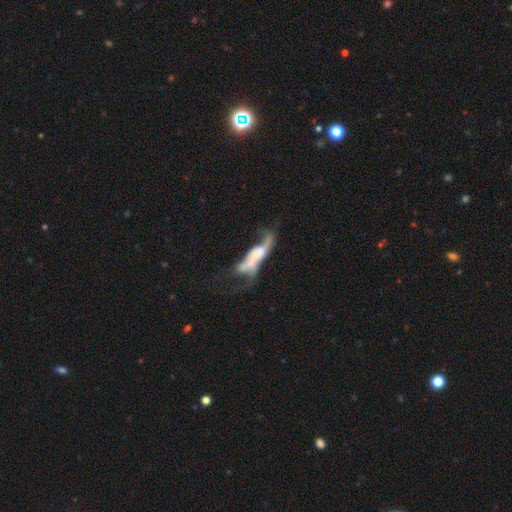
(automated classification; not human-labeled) Overall: featured or disk (54%; smooth 37%). Edge-on disk: no (65%; yes 35%). Merging: merger (38%; major disturbance 31%).